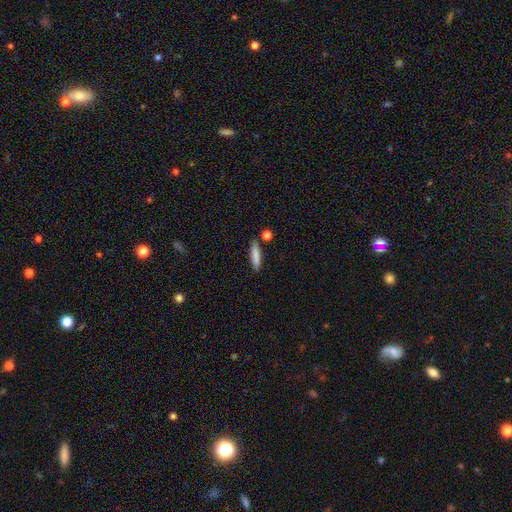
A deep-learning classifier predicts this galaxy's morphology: This is clearly a smooth galaxy (84%). How rounded: likely cigar-shaped (76%). Merging: clearly none (82%).